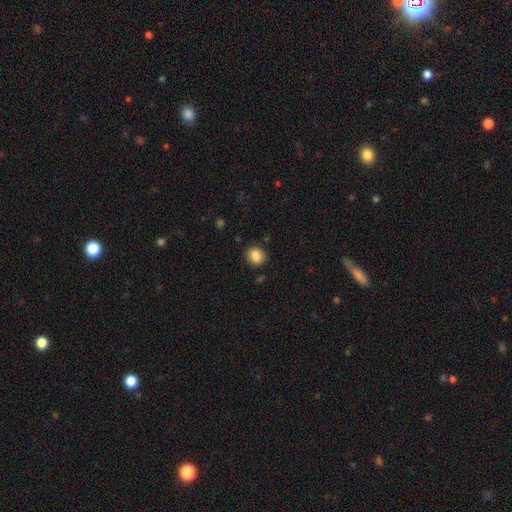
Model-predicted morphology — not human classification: Overall: smooth (86%). How rounded: round (65%; in between 34%). Merging: none (87%).